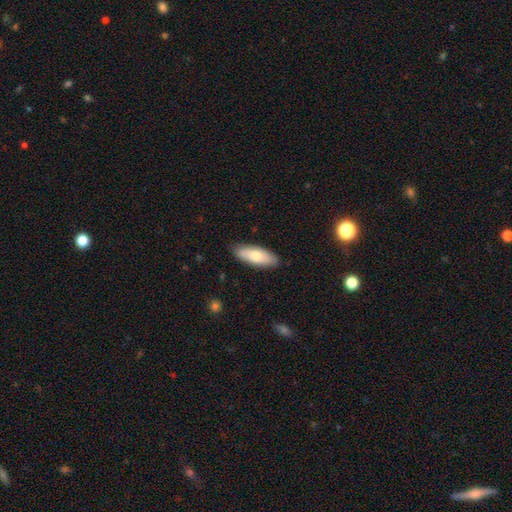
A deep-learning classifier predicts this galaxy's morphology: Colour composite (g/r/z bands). It shows a smooth galaxy with no disk features (73%) that is in between round and cigar-shaped (68%). Merging: none (87%).